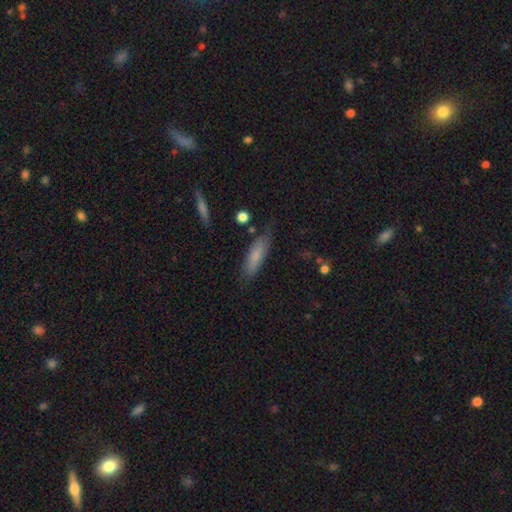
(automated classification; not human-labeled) smooth_or_featured: smooth (p=0.77) [alt: featured or disk p=0.16]
how_rounded: cigar-shaped (p=0.57) [alt: in between p=0.41]
merging: none (p=0.69) [alt: minor disturbance p=0.23]